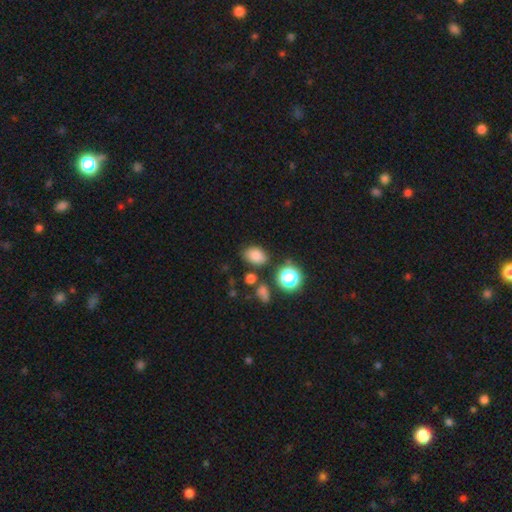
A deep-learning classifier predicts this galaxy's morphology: smooth 80%, star or artifact 15%, featured or disk 6%. Down the decision tree: how rounded — in between (74%); merging — none (76%).